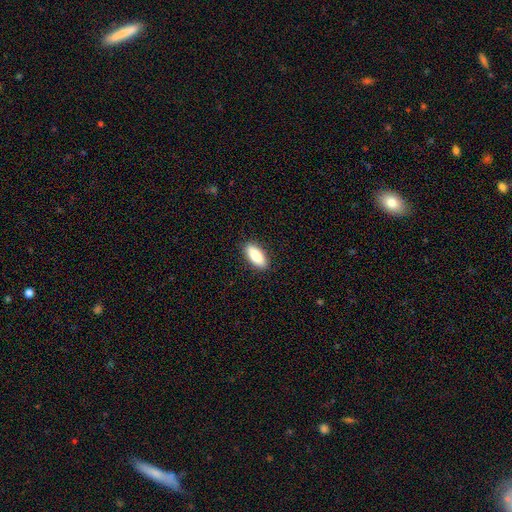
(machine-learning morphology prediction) A smooth galaxy with no disk features (84%) that is in between round and cigar-shaped (82%). Merging: none (89%).